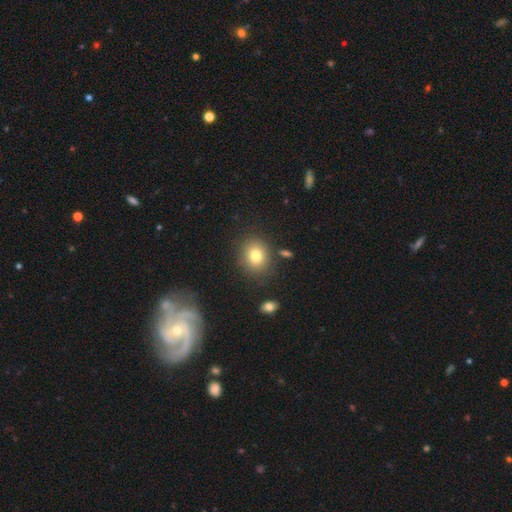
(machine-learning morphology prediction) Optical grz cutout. It shows a smooth galaxy with no disk features (78%) that is round (71%). Merging: none (83%).